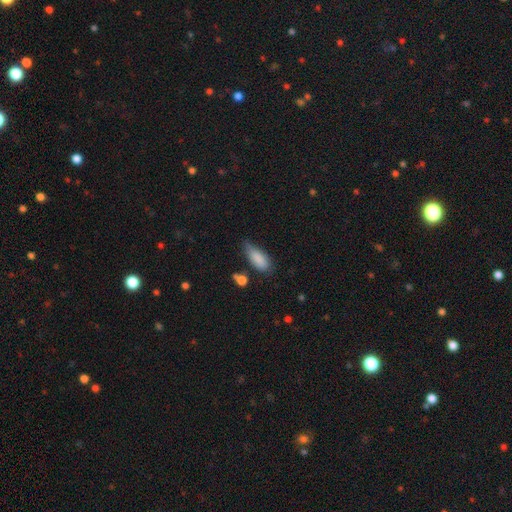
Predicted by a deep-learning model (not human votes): A smooth galaxy with no disk features (85%) that is in between round and cigar-shaped (76%). Merging: none (56%).